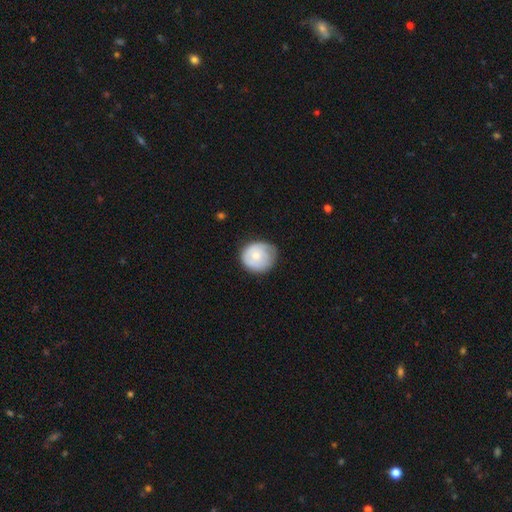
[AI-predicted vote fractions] smooth 66%, featured or disk 28%, star or artifact 6%. Down the decision tree: how rounded — round (83%); merging — none (66%).